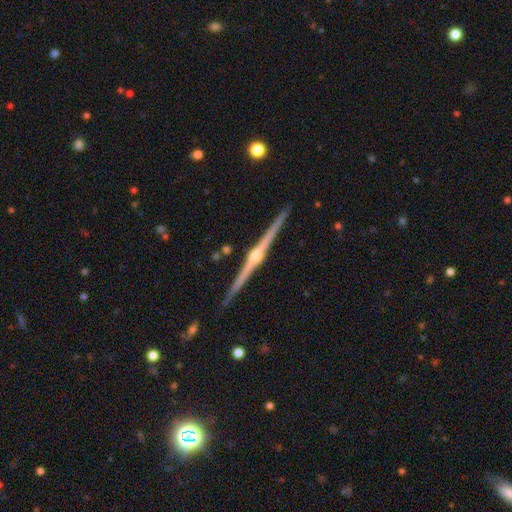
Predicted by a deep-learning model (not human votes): This is clearly a featured or disk galaxy (90%). It is clearly viewed edge-on (99%). Edge-on bulge: clearly rounded (91%). Merging: clearly none (93%).